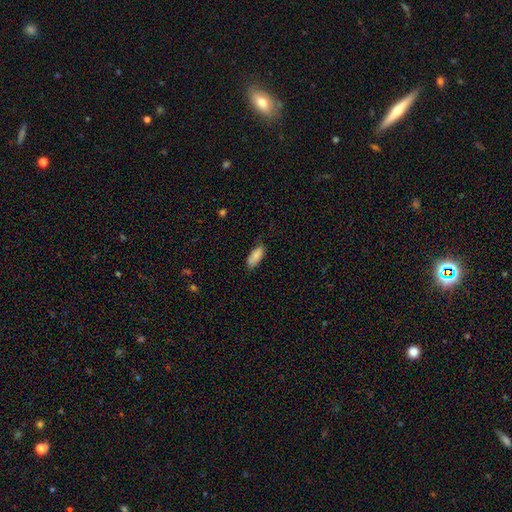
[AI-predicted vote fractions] Morphology: type=smooth (84%); roundness=in between (82%); merging=none (74%).